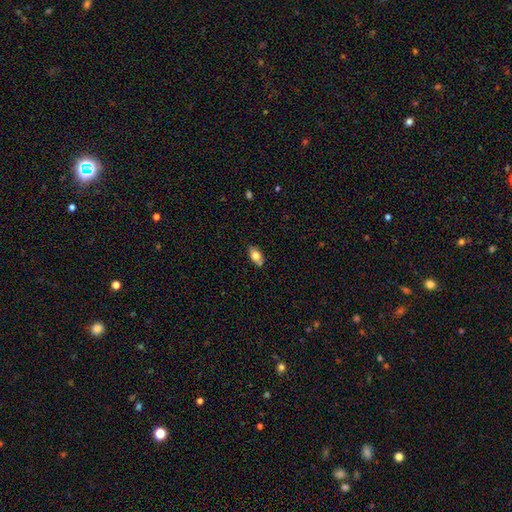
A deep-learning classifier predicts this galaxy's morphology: A smooth galaxy with no disk features (77%) that is in between round and cigar-shaped (89%).

Vote fractions:
- Smooth or featured? smooth: 77% / featured or disk: 14% / star or artifact: 8%
- How rounded? in between: 89% / round: 7% / cigar-shaped: 4%
- Merging? none: 71% / minor disturbance: 17% / merger: 8% / major disturbance: 3%